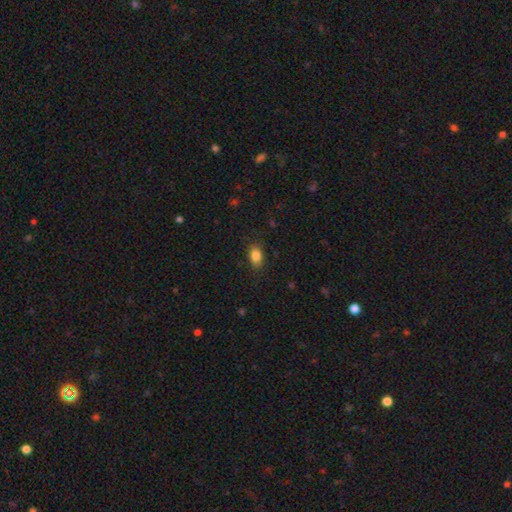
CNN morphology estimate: The model was most divided on "how rounded": in between: 82%, round: 16%, cigar-shaped: 2%. More confident: smooth or featured — smooth (85%); merging — none (84%).